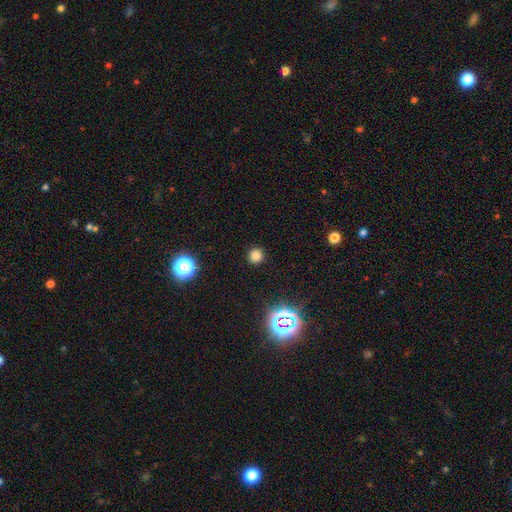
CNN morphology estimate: Smooth or featured?
  - smooth: 76% *
  - star or artifact: 19%
  - featured or disk: 5%
How rounded?
  - round: 92% *
  - in between: 7%
  - cigar-shaped: 1%
Merging?
  - none: 91% *
  - minor disturbance: 5%
  - major disturbance: 2%
  - merger: 1%